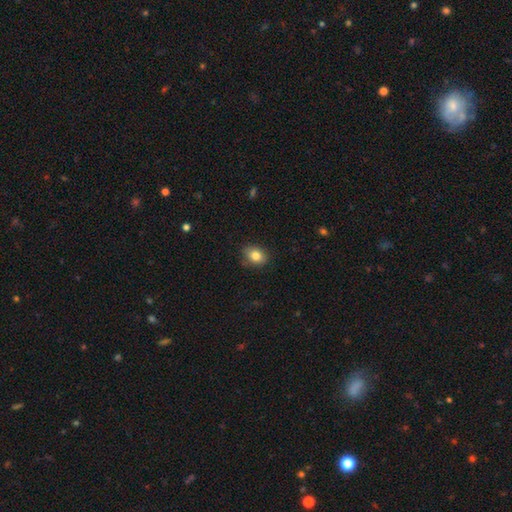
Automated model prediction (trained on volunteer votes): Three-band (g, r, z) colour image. It shows a smooth galaxy with no disk features (82%) that is in between round and cigar-shaped (59%). Merging: none (80%).